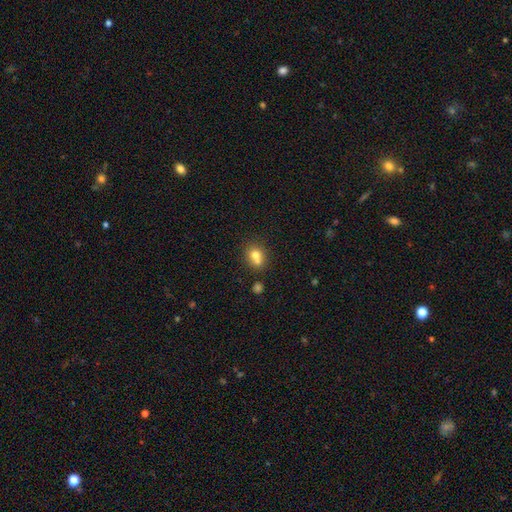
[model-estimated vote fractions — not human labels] Q: Smooth or featured?
A: smooth (73%); runner-up: featured or disk (15%)
Q: How rounded?
A: round (67%); runner-up: in between (32%)
Q: Merging?
A: none (45%); runner-up: merger (40%)